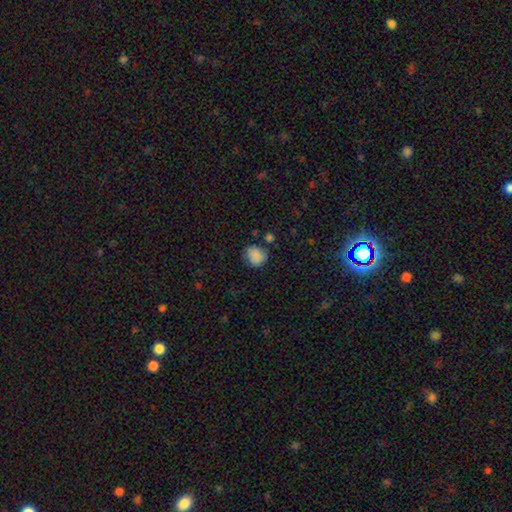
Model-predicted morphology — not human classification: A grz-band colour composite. It shows a smooth galaxy with no disk features (85%) that is round (73%). Merging: none (71%).